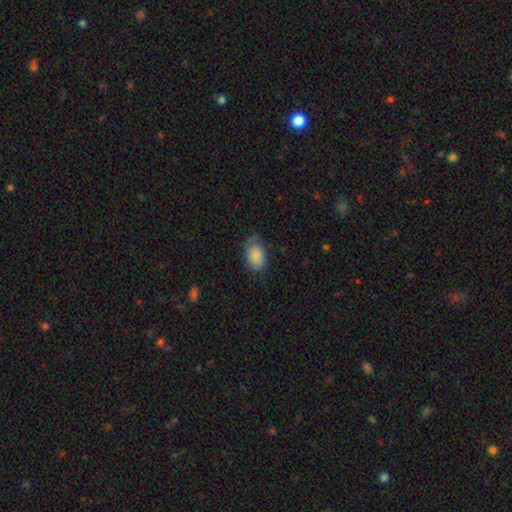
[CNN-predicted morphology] Smooth or featured?
  - smooth: 85% *
  - featured or disk: 8%
  - star or artifact: 7%
How rounded?
  - in between: 89% *
  - round: 9%
  - cigar-shaped: 1%
Merging?
  - none: 61% *
  - minor disturbance: 28%
  - major disturbance: 9%
  - merger: 1%